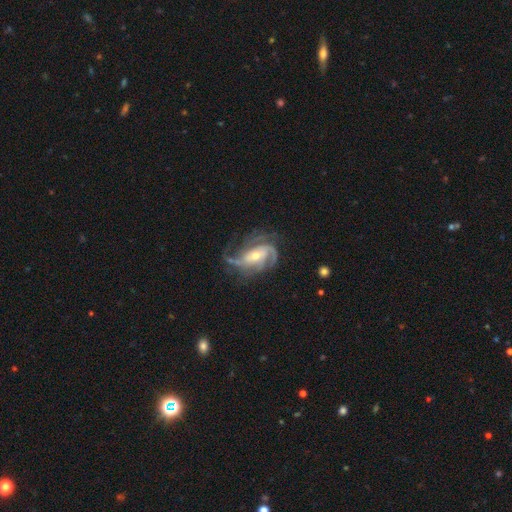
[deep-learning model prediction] Smooth or featured: featured or disk — 90% (star or artifact — 5%)
Edge-on disk: no — 97% (yes — 3%)
Bar: no — 44% (weak — 35%)
Spiral arms: yes — 97% (no — 3%)
Spiral winding: medium — 43% (tight — 42%)
Spiral arm count: 3 — 45% (2 — 20%)
Bulge size: moderate — 53% (small — 43%)
Merging: none — 61% (minor disturbance — 20%)